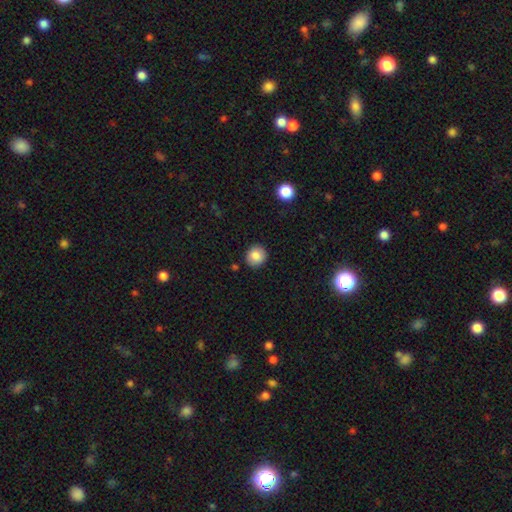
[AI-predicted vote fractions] The model was most divided on "how rounded": round: 87%, in between: 12%, cigar-shaped: 1%. More confident: merging — none (90%); smooth or featured — smooth (85%).